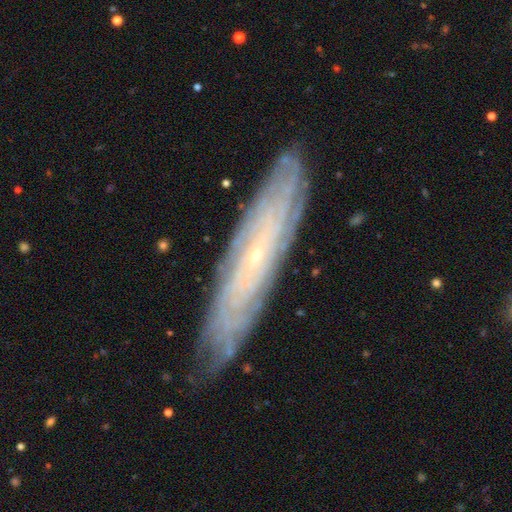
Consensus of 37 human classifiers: Smooth or featured? featured or disk (81%)
Edge-on disk? no (60%)
Bar? no (72%)
Spiral arms? yes (94%)
Spiral winding? tight (71%)
Spiral arm count? can't tell (53%)
Bulge size? small (94%)
Merging? none (83%)